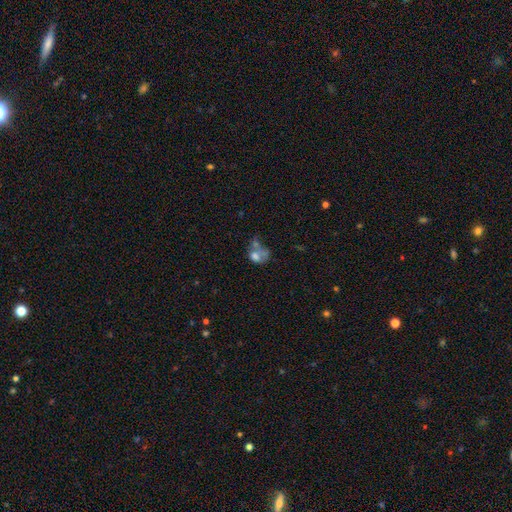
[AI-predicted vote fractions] smooth_or_featured: smooth (p=0.58) [alt: featured or disk p=0.29]
how_rounded: in between (p=0.59) [alt: round p=0.40]
merging: merger (p=0.47) [alt: major disturbance p=0.23]